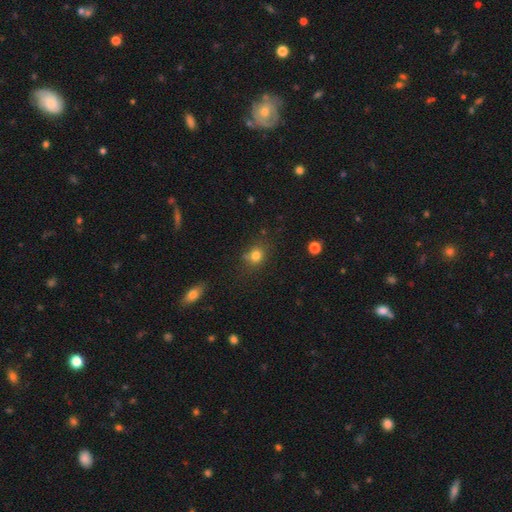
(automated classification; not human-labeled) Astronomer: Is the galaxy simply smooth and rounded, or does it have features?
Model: smooth — 79%.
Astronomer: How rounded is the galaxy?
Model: round — 72%.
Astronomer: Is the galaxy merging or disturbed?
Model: none — 71%.